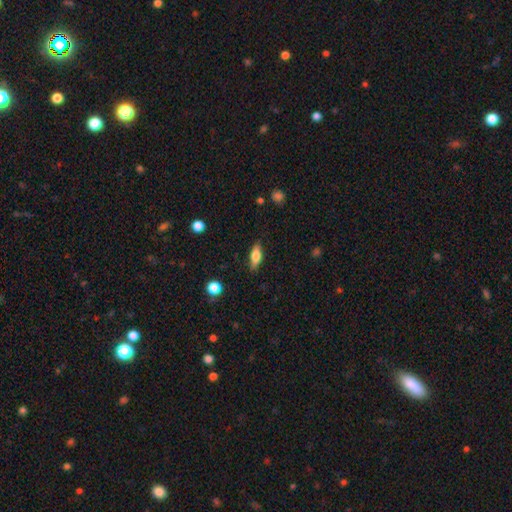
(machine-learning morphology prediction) The model was most divided on "smooth or featured": smooth: 66%, featured or disk: 27%, star or artifact: 7%. More confident: merging — none (83%); how rounded — in between (70%).